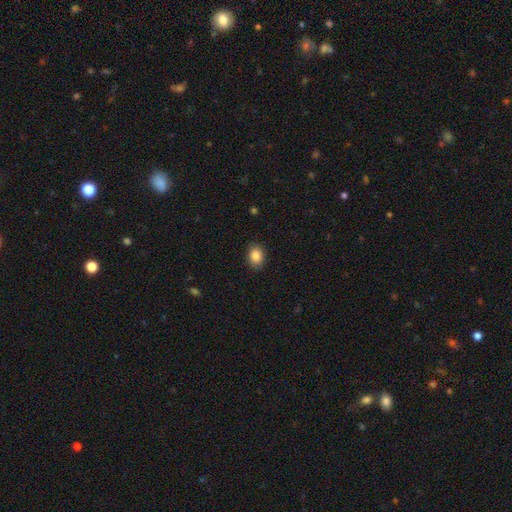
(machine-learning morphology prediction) Smooth or featured: smooth — 87% (star or artifact — 8%)
How rounded: in between — 61% (round — 38%)
Merging: none — 87% (minor disturbance — 10%)